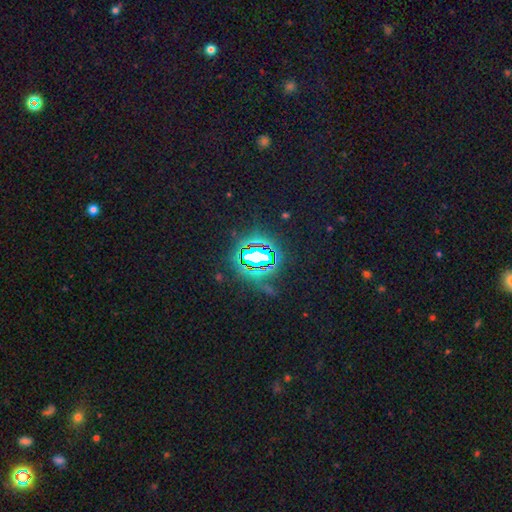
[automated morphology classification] This appears to be a star or artifact, not a galaxy (79%).